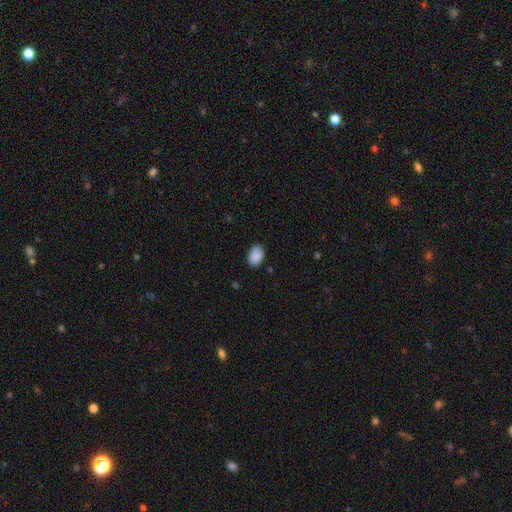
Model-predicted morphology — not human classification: The model was most divided on "how rounded": in between: 83%, round: 16%, cigar-shaped: 1%. More confident: smooth or featured — smooth (89%); merging — none (84%).